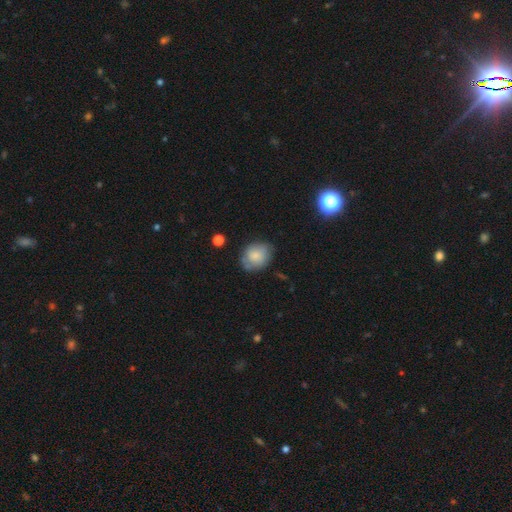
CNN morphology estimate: This appears to be a smooth galaxy with no disk features (75%) that is round (57%). Merging: none (65%).